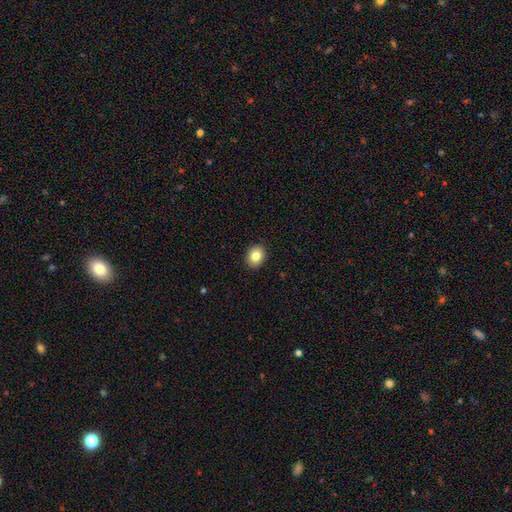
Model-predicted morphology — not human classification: Smooth or featured?
  - smooth: 82% *
  - star or artifact: 9%
  - featured or disk: 8%
How rounded?
  - round: 56% *
  - in between: 44%
  - cigar-shaped: 1%
Merging?
  - none: 91% *
  - minor disturbance: 6%
  - major disturbance: 2%
  - merger: 1%